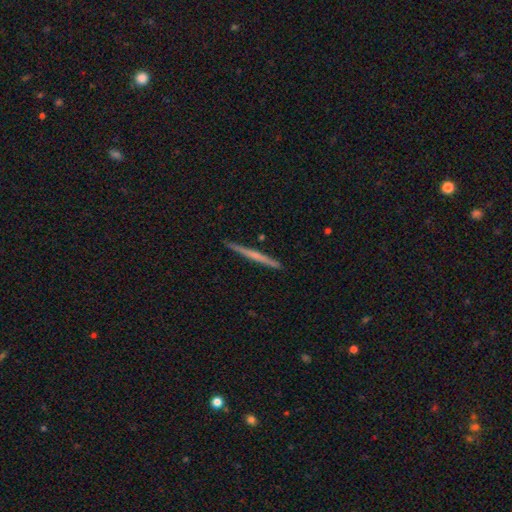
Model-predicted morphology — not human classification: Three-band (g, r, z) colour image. It shows a featured or disk galaxy (54%) viewed edge-on (98%) with no central bulge (78%). Merging: none (91%).